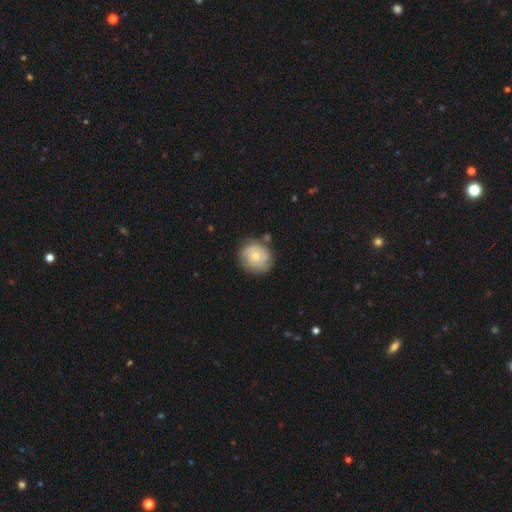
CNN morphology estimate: Overall: featured or disk (59%; smooth 34%). Edge-on disk: no (98%). Bar: no (75%). Spiral arms: yes (88%). Spiral arm count: 2 (35%; can't tell 28%). Spiral winding: tight (60%; medium 30%). Bulge size: small (53%; moderate 41%). Merging: none (75%).